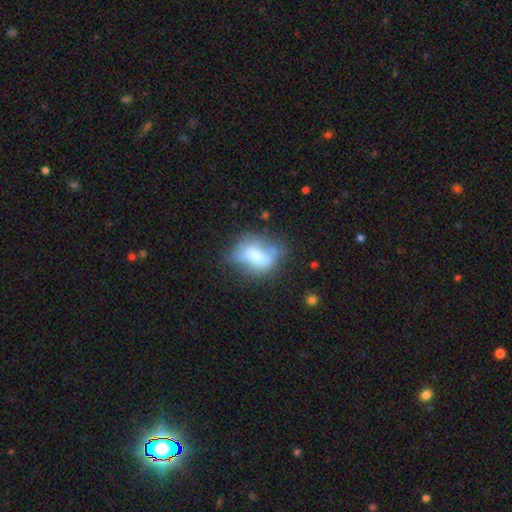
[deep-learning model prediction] Smooth or featured? Predicted: smooth (p=0.47). Merging? Predicted: none (p=0.47).